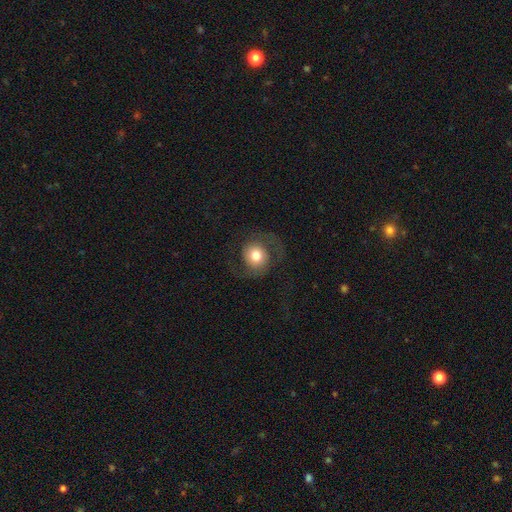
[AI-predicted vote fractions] Smooth or featured? featured or disk (48%)
Merging? none (64%)